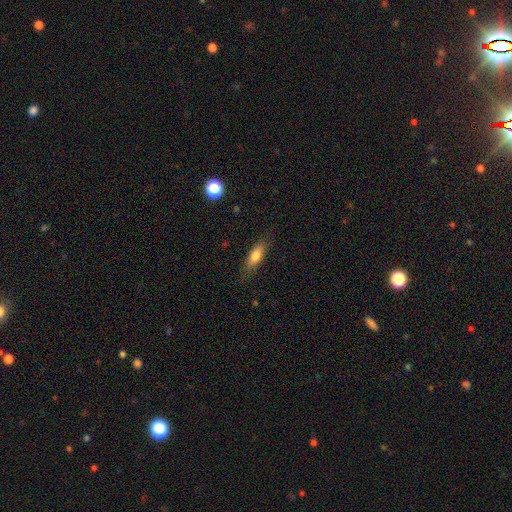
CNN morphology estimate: smooth 70%, featured or disk 22%, star or artifact 7%. Down the decision tree: how rounded — in between (52%); merging — none (77%).